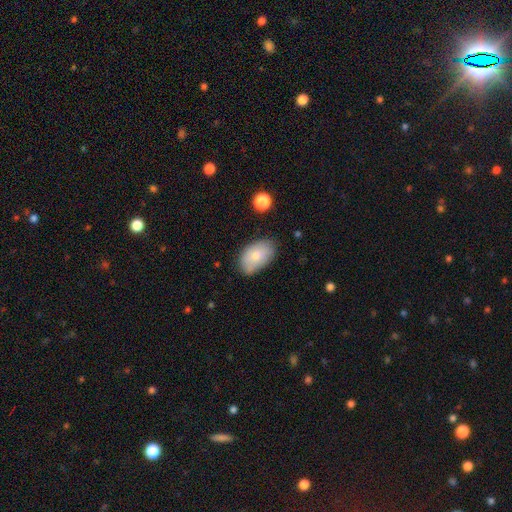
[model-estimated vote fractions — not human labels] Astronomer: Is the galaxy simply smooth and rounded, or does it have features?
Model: smooth — 77%.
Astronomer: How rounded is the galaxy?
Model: in between — 92%.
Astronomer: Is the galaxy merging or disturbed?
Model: none — 73%.